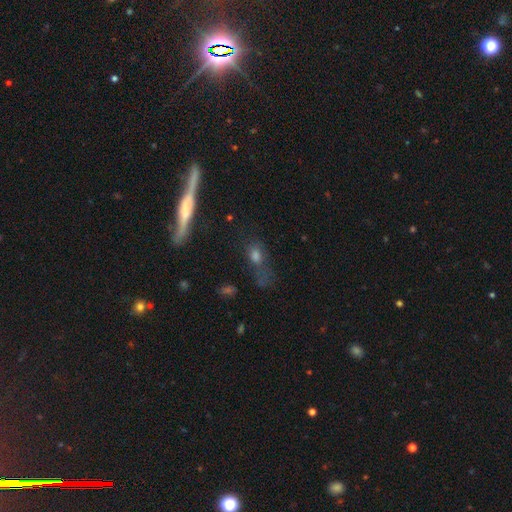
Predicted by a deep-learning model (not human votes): smooth_or_featured: smooth (p=0.50) [alt: featured or disk p=0.32]
how_rounded: in between (p=0.44) [alt: cigar-shaped p=0.28]
merging: none (p=0.52) [alt: minor disturbance p=0.20]